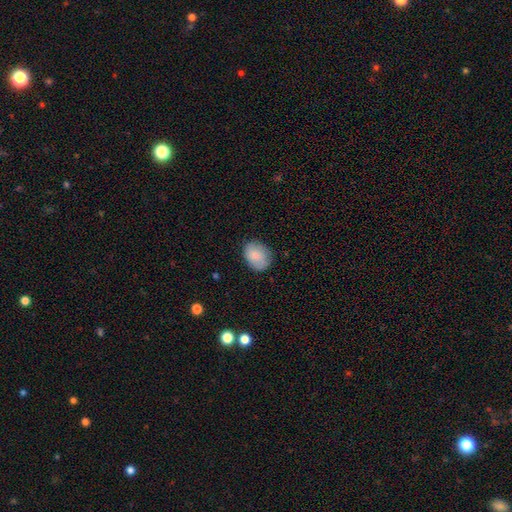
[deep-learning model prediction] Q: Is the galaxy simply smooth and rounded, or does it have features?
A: smooth — 83%.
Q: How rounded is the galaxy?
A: in between — 66%.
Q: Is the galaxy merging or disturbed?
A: none — 77%.